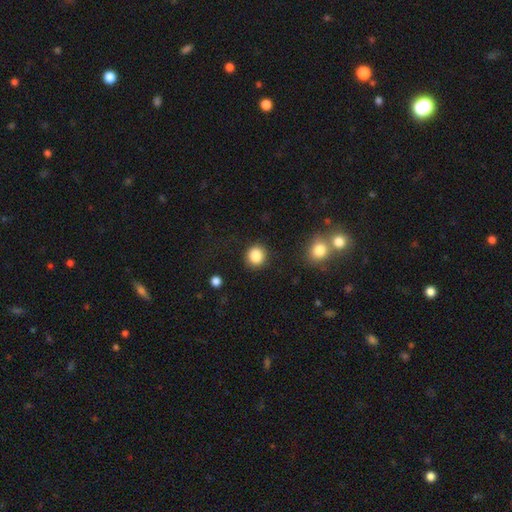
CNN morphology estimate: Smooth or featured? smooth (86%)
How rounded? round (87%)
Merging? none (89%)